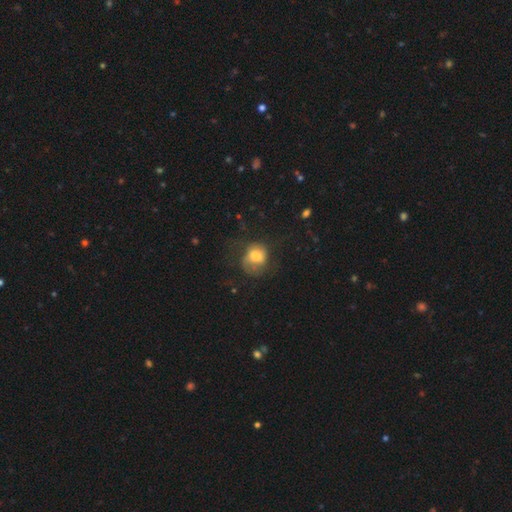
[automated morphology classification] smooth_or_featured: smooth (p=0.62) [alt: featured or disk p=0.28]
how_rounded: round (p=0.61) [alt: in between p=0.38]
merging: none (p=0.44) [alt: major disturbance p=0.30]